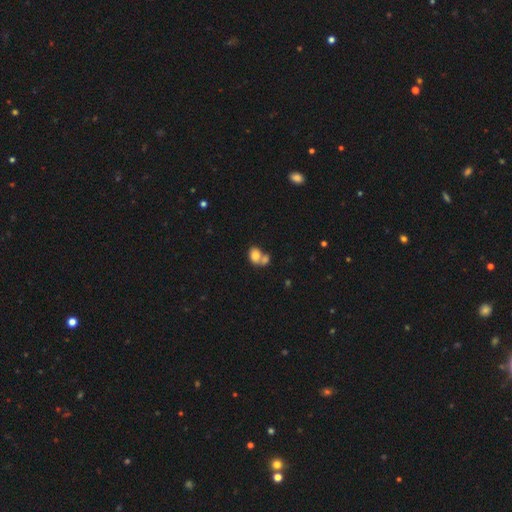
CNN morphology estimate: This is likely a smooth galaxy (79%). How rounded: likely in between (65%). Merging: possibly merger (57%).